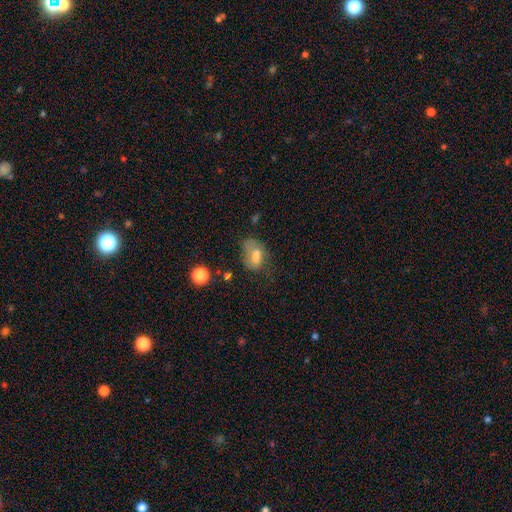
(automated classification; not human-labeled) Smooth or featured: smooth — 59% (featured or disk — 26%)
How rounded: in between — 78% (round — 19%)
Merging: none — 37% (minor disturbance — 26%)